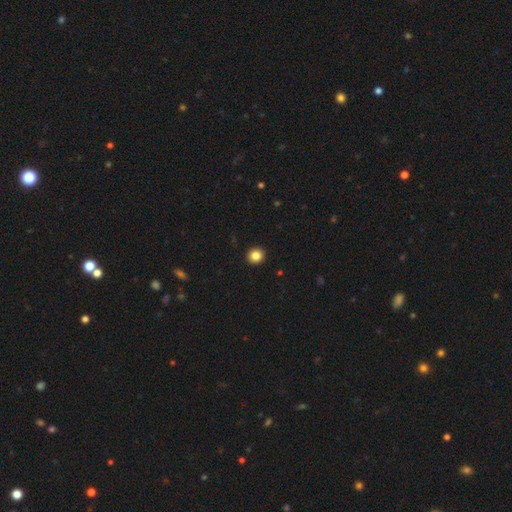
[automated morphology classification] Overall: smooth (85%). How rounded: round (92%). Merging: none (94%).